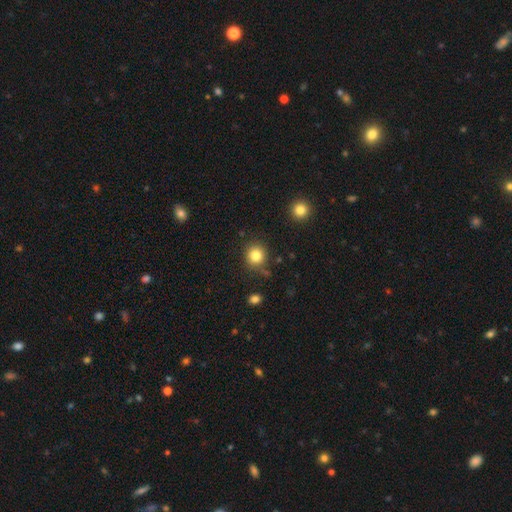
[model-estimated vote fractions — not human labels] The model was most divided on "smooth or featured": smooth: 83%, star or artifact: 11%, featured or disk: 6%. More confident: how rounded — round (90%); merging — none (82%).